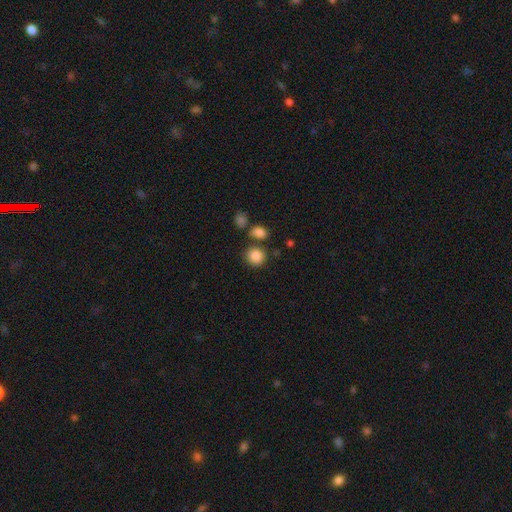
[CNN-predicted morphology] smooth_or_featured: smooth (p=0.85) [alt: star or artifact p=0.10]
how_rounded: round (p=0.85) [alt: in between p=0.14]
merging: none (p=0.74) [alt: merger p=0.13]